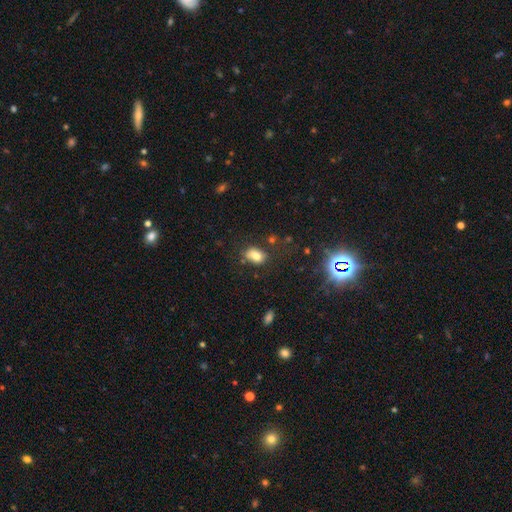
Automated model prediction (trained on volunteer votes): A smooth galaxy with no disk features (76%) that is in between round and cigar-shaped (78%).

Vote fractions:
- Smooth or featured? smooth: 76% / featured or disk: 12% / star or artifact: 12%
- How rounded? in between: 78% / round: 20% / cigar-shaped: 2%
- Merging? none: 60% / minor disturbance: 21% / merger: 12% / major disturbance: 7%